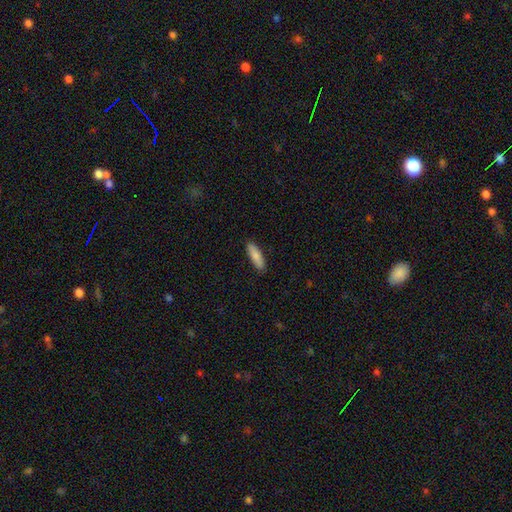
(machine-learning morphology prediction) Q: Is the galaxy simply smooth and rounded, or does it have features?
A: smooth — 84%.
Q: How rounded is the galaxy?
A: cigar-shaped — 54%.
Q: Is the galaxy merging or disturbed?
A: none — 88%.